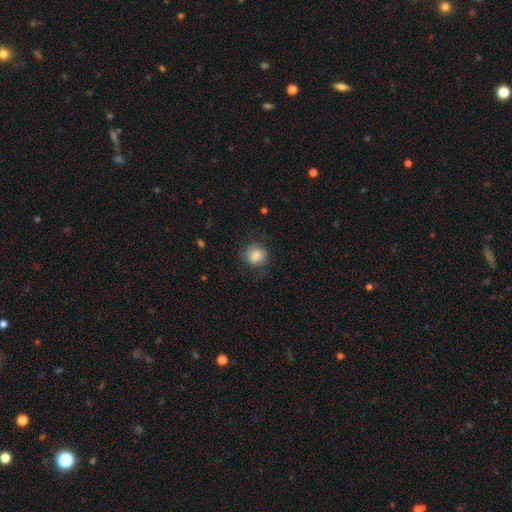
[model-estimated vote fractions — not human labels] smooth_or_featured: smooth (p=0.79) [alt: featured or disk p=0.12]
how_rounded: round (p=0.84) [alt: in between p=0.15]
merging: none (p=0.75) [alt: minor disturbance p=0.16]